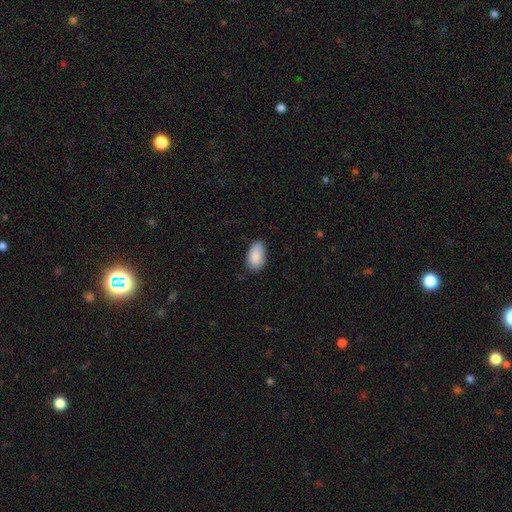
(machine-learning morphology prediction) type=smooth (89%); roundness=in between (94%); merging=none (71%).